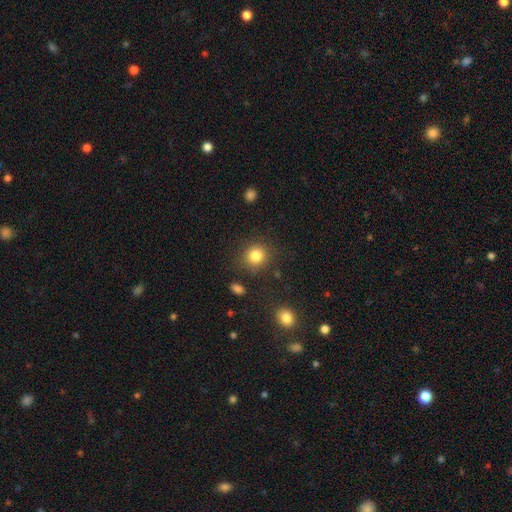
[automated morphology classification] This is clearly a smooth galaxy (84%). How rounded: clearly round (87%). Merging: clearly none (85%).